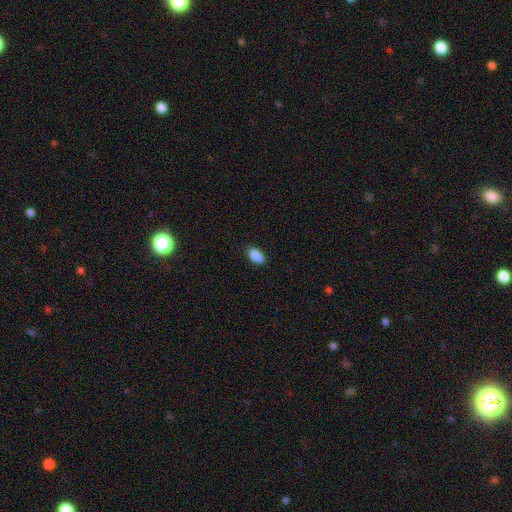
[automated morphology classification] Smooth or featured? Predicted: smooth (p=0.89). How rounded? Predicted: in between (p=0.92). Merging? Predicted: none (p=0.87).